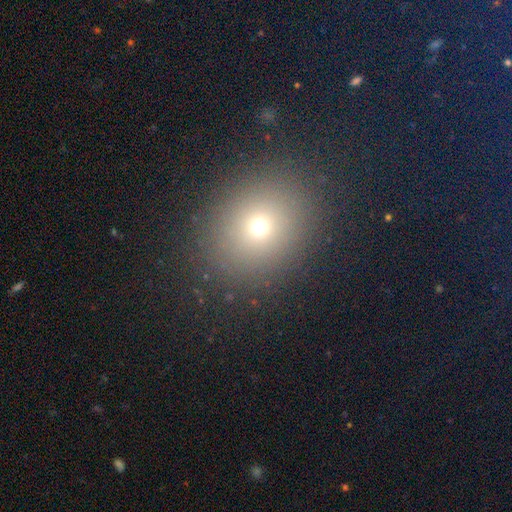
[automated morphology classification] A smooth galaxy with no disk features (65%) that is round (66%). Merging: none (90%).